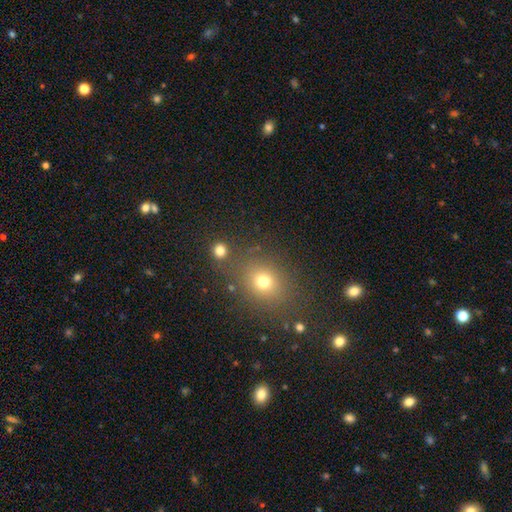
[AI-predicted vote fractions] A smooth galaxy with no disk features (61%) that is round (60%). Merging: none (82%).